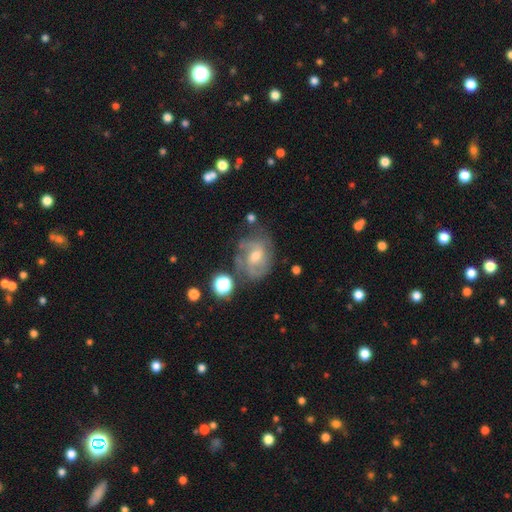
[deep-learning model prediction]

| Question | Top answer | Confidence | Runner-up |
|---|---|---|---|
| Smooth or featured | featured or disk | 72% | smooth (18%) |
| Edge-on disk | no | 97% | yes (3%) |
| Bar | weak | 48% | no (42%) |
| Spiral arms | yes | 85% | no (15%) |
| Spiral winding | medium | 43% | tight (40%) |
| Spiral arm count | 2 | 38% | can't tell (34%) |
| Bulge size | moderate | 58% | small (35%) |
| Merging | none | 61% | minor disturbance (22%) |